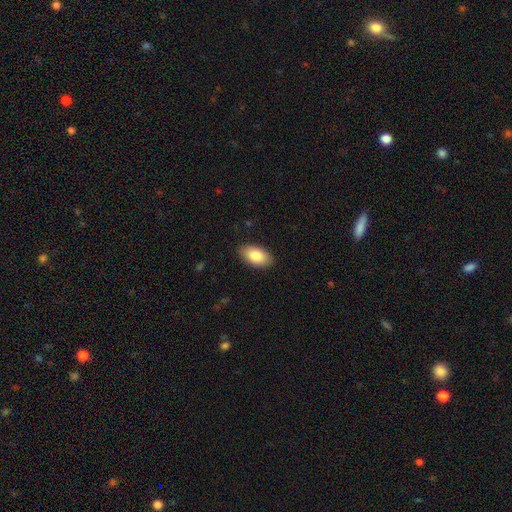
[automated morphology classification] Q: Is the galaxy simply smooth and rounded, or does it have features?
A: smooth — 83%.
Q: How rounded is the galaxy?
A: in between — 94%.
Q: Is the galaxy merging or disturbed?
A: none — 88%.